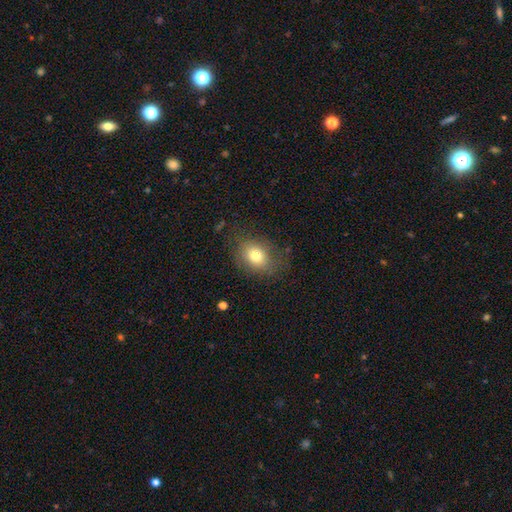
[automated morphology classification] Smooth or featured? Predicted: smooth (p=0.77). How rounded? Predicted: in between (p=0.59). Merging? Predicted: none (p=0.74).